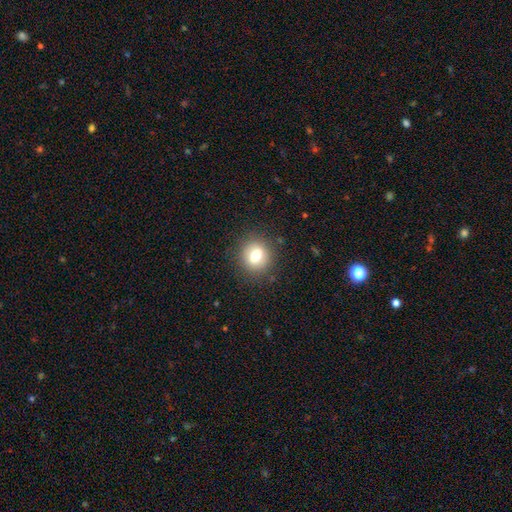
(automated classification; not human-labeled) This is likely a smooth galaxy (71%). How rounded: likely round (77%). Merging: clearly none (87%).